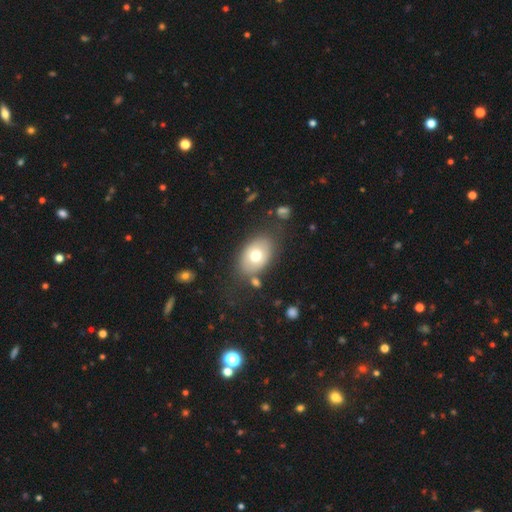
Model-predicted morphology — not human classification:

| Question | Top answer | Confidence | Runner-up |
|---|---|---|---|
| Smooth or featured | smooth | 68% | featured or disk (24%) |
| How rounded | in between | 84% | round (15%) |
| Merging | none | 73% | minor disturbance (15%) |